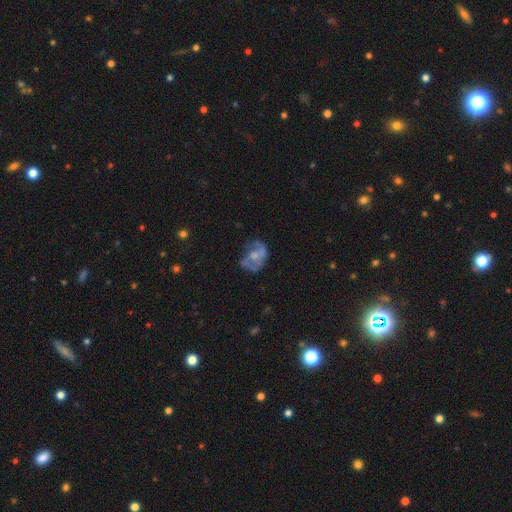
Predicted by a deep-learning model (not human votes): Smooth or featured?
  - featured or disk: 61% *
  - smooth: 30%
  - star or artifact: 9%
Edge-on disk?
  - no: 97% *
  - yes: 3%
Bar?
  - no: 77% *
  - weak: 19%
  - strong: 5%
Spiral arms?
  - no: 62% *
  - yes: 38%
Bulge size?
  - moderate: 44% *
  - small: 25%
  - none: 21%
  - large: 9%
  - dominant: 2%
Merging?
  - none: 45% *
  - major disturbance: 27%
  - minor disturbance: 23%
  - merger: 5%